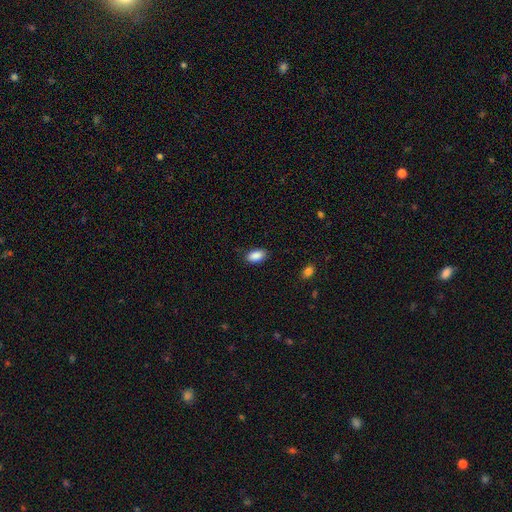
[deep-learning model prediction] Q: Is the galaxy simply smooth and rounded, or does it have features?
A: smooth — 90%.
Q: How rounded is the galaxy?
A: in between — 93%.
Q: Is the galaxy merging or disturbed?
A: none — 87%.